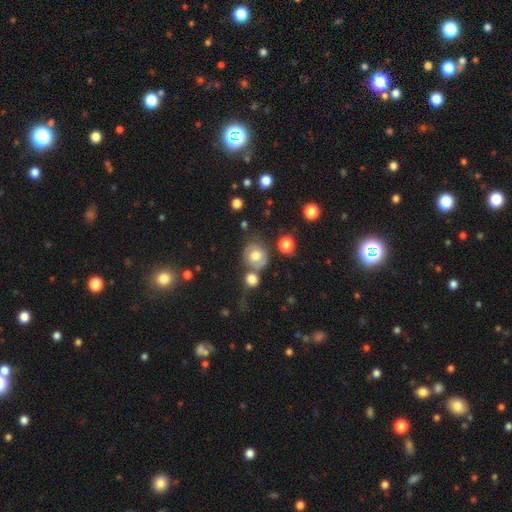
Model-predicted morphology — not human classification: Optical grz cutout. It shows a smooth galaxy with no disk features (60%) that is round (77%). Merging: none (53%).